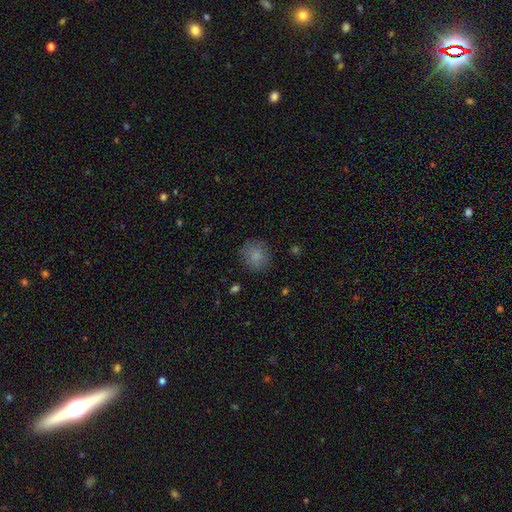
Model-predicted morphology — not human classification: Smooth or featured? Predicted: smooth (p=0.82). How rounded? Predicted: round (p=0.90). Merging? Predicted: none (p=0.83).